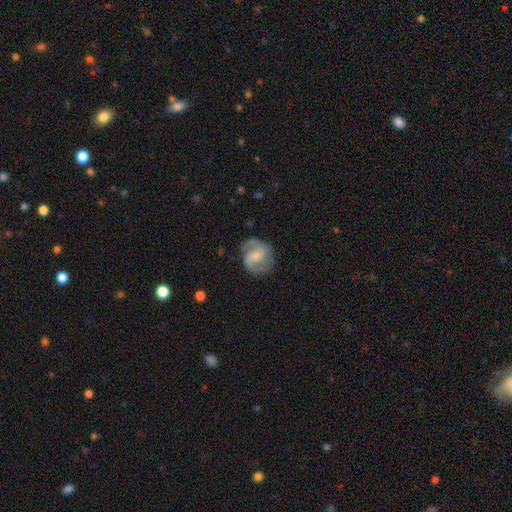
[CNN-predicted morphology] Smooth or featured?
  - featured or disk: 76% *
  - smooth: 18%
  - star or artifact: 6%
Edge-on disk?
  - no: 98% *
  - yes: 2%
Bar?
  - weak: 47% *
  - no: 39%
  - strong: 14%
Spiral arms?
  - yes: 94% *
  - no: 6%
Spiral winding?
  - medium: 54% *
  - tight: 24%
  - loose: 22%
Spiral arm count?
  - 2: 86% *
  - can't tell: 5%
  - 1: 3%
  - 3: 3%
  - 4: 1%
  - more than 4: 1%
Bulge size?
  - small: 48% *
  - moderate: 30%
  - none: 16%
  - large: 4%
  - dominant: 1%
Merging?
  - none: 75% *
  - minor disturbance: 16%
  - major disturbance: 8%
  - merger: 1%